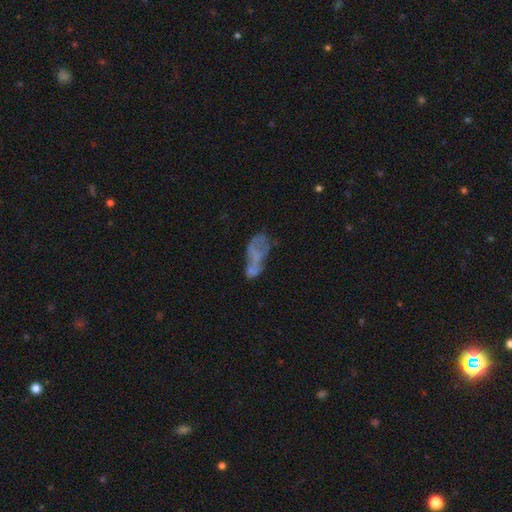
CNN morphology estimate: Smooth or featured? Predicted: featured or disk (p=0.47). Merging? Predicted: none (p=0.30).